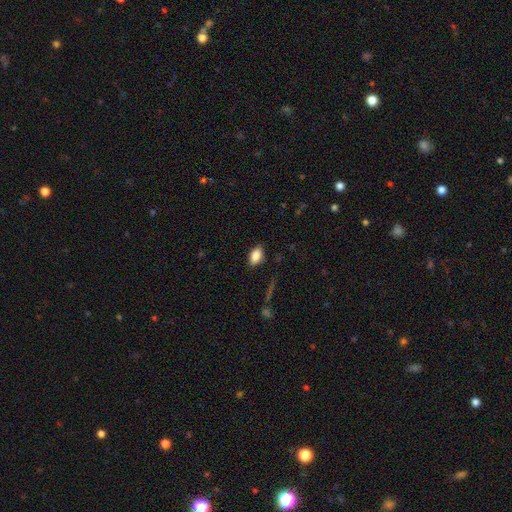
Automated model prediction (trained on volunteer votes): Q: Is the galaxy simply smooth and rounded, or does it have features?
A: smooth — 84%.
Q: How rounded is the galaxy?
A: in between — 90%.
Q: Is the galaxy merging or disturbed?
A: none — 83%.